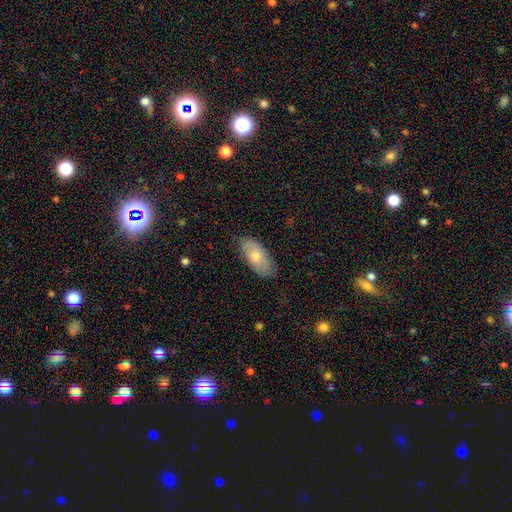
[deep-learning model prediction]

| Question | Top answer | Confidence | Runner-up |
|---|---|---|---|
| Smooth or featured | smooth | 65% | featured or disk (28%) |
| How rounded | in between | 89% | cigar-shaped (8%) |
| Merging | none | 83% | minor disturbance (14%) |